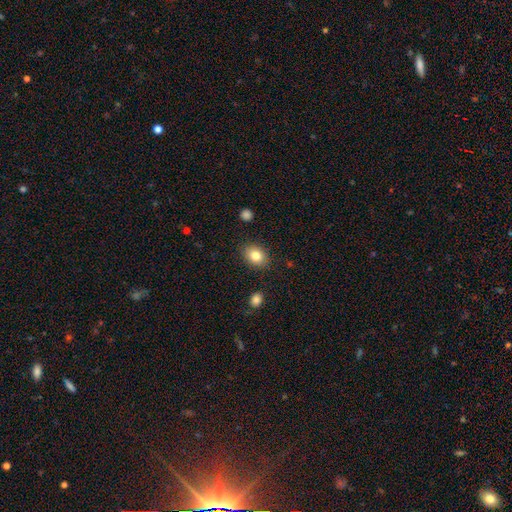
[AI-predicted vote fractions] Morphology: type=smooth (83%); roundness=in between (65%); merging=none (87%).